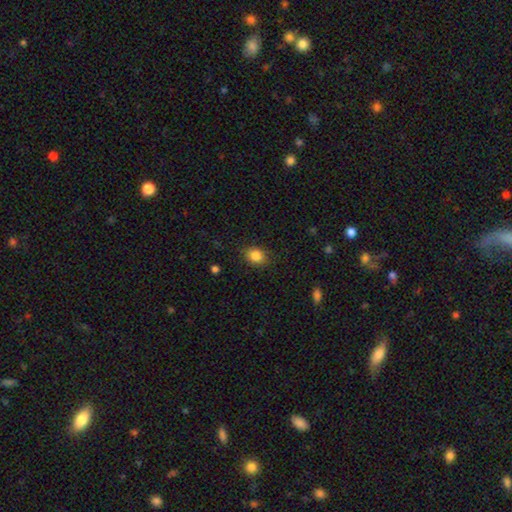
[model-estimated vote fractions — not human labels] This appears to be a smooth galaxy with no disk features (85%) that is in between round and cigar-shaped (50%). Merging: none (85%).